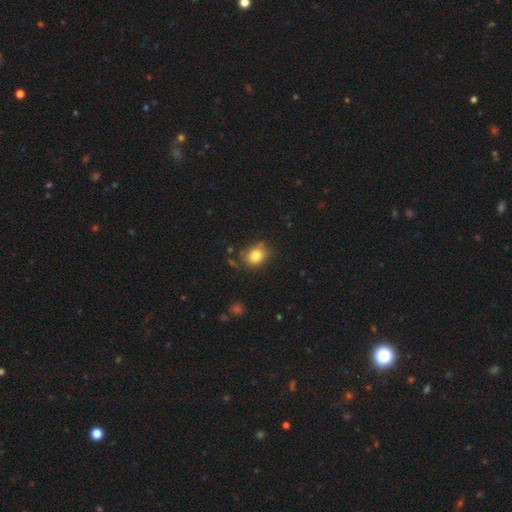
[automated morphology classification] A smooth galaxy with no disk features (82%) that is round (51%).

Vote fractions:
- Smooth or featured? smooth: 82% / star or artifact: 10% / featured or disk: 8%
- How rounded? round: 51% / in between: 48% / cigar-shaped: 1%
- Merging? none: 76% / minor disturbance: 17% / major disturbance: 4% / merger: 3%